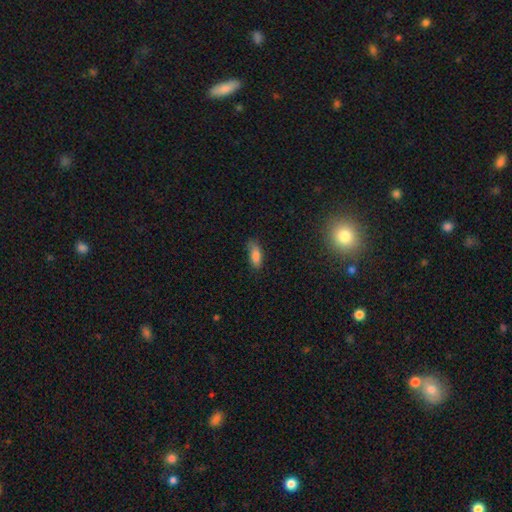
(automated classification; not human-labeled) Q: Smooth or featured?
A: smooth (82%); runner-up: star or artifact (9%)
Q: How rounded?
A: in between (74%); runner-up: cigar-shaped (23%)
Q: Merging?
A: none (68%); runner-up: minor disturbance (25%)